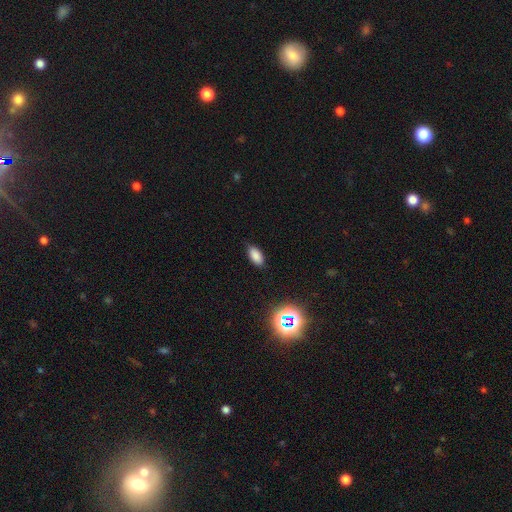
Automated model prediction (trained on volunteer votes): Q: Smooth or featured?
A: smooth (83%); runner-up: star or artifact (12%)
Q: How rounded?
A: in between (91%); runner-up: cigar-shaped (5%)
Q: Merging?
A: none (85%); runner-up: minor disturbance (11%)